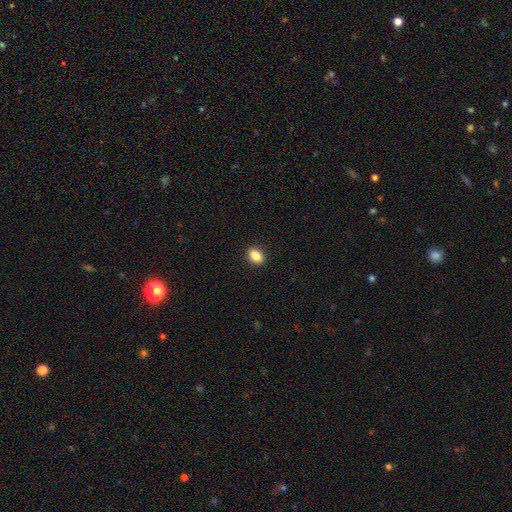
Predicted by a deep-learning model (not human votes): smooth_or_featured: smooth (p=0.86) [alt: star or artifact p=0.09]
how_rounded: in between (p=0.75) [alt: round p=0.24]
merging: none (p=0.90) [alt: minor disturbance p=0.07]